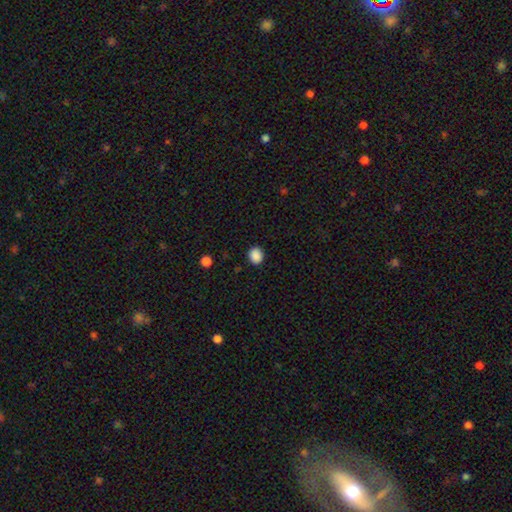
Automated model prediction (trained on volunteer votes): Smooth or featured: smooth — 88% (star or artifact — 9%)
How rounded: round — 73% (in between — 26%)
Merging: none — 89% (minor disturbance — 8%)